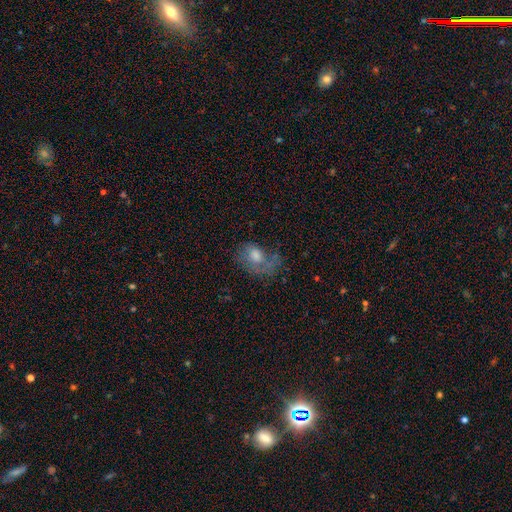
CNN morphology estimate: The model was most divided on "smooth or featured": smooth: 44%, featured or disk: 43%, star or artifact: 13%. Remaining: merging — major disturbance (36%).